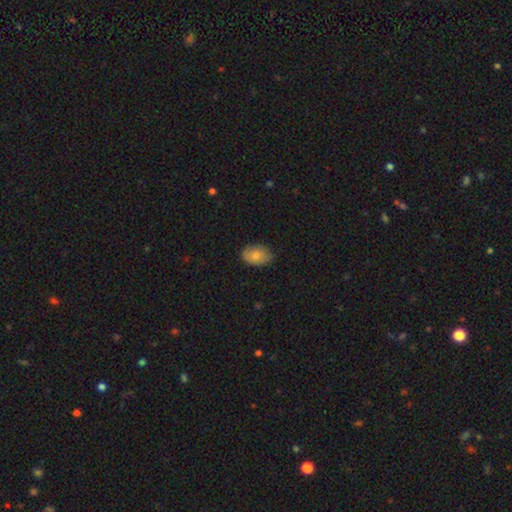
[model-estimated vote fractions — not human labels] A smooth galaxy with no disk features (79%) that is in between round and cigar-shaped (86%). Merging: none (77%).